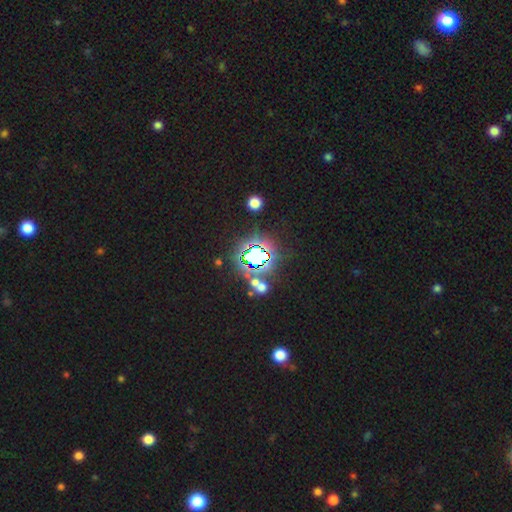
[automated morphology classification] This appears to be a star or artifact, not a galaxy (67%).